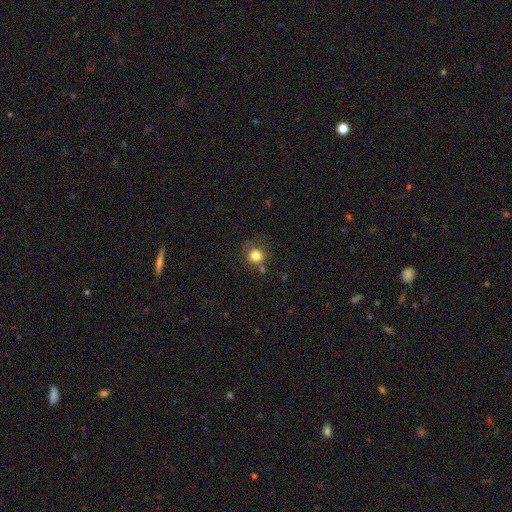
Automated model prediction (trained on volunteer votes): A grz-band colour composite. It shows a smooth galaxy with no disk features (82%) that is round (90%). Merging: none (68%).